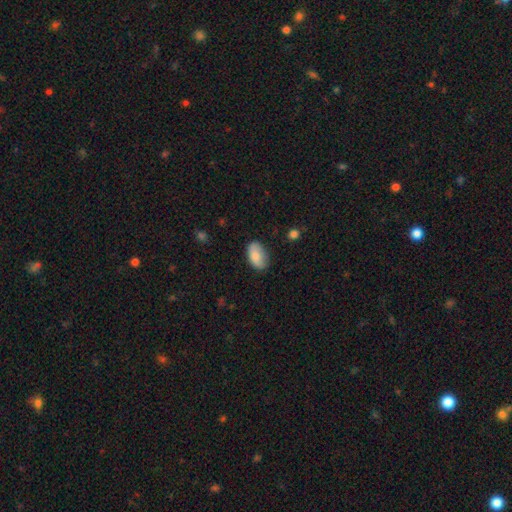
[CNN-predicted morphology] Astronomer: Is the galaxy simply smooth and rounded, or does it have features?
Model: smooth — 83%.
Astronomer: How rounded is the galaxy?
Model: in between — 93%.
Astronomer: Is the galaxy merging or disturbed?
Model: none — 76%.